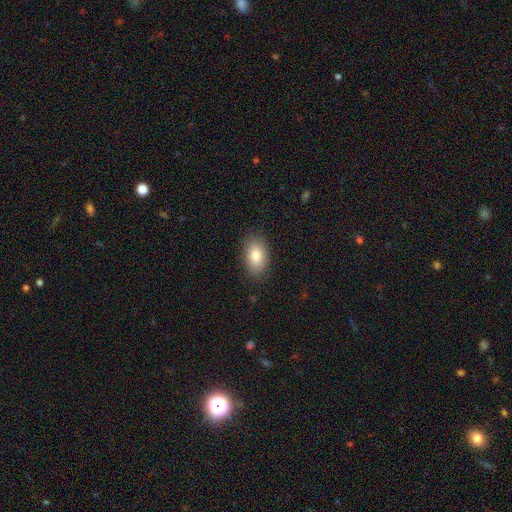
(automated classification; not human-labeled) The model was most divided on "smooth or featured": smooth: 82%, featured or disk: 10%, star or artifact: 7%. More confident: how rounded — in between (91%); merging — none (86%).